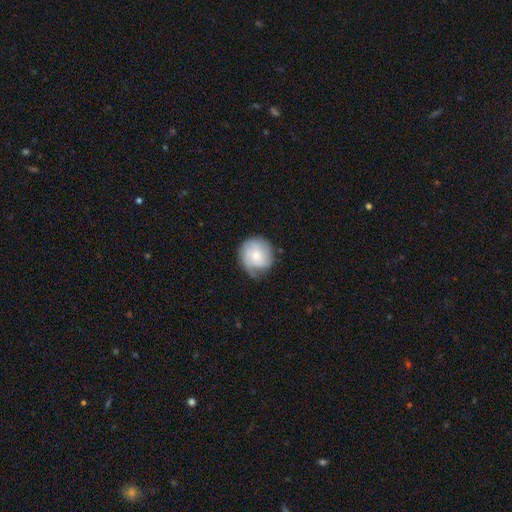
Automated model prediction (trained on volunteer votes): smooth 50%, featured or disk 43%, star or artifact 7%. Down the decision tree: how rounded — round (88%); merging — none (59%).